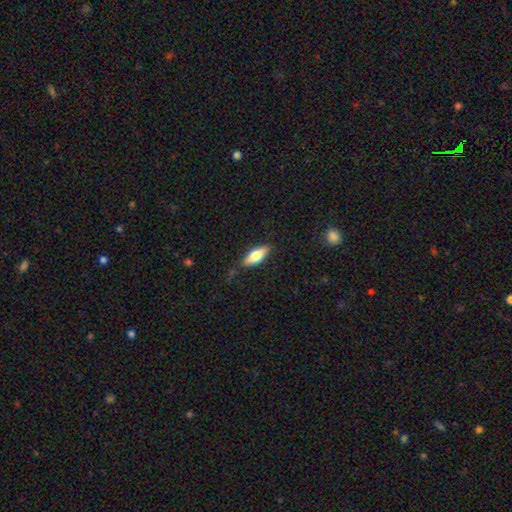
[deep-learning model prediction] smooth_or_featured: smooth (p=0.62) [alt: featured or disk p=0.32]
how_rounded: in between (p=0.62) [alt: cigar-shaped p=0.35]
merging: none (p=0.84) [alt: minor disturbance p=0.12]